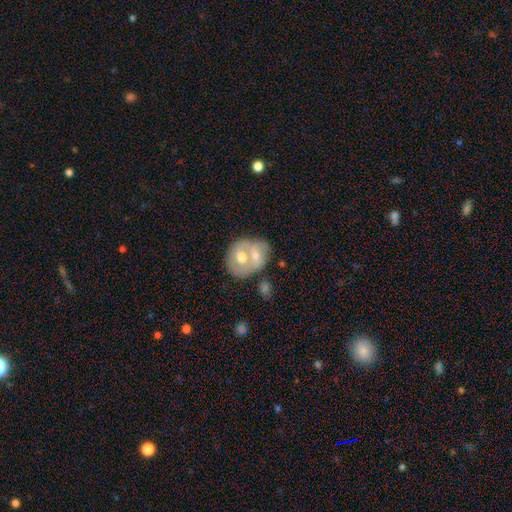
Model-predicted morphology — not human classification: Q: Smooth or featured?
A: smooth (51%); runner-up: featured or disk (43%)
Q: How rounded?
A: round (57%); runner-up: in between (42%)
Q: Merging?
A: merger (66%); runner-up: none (21%)